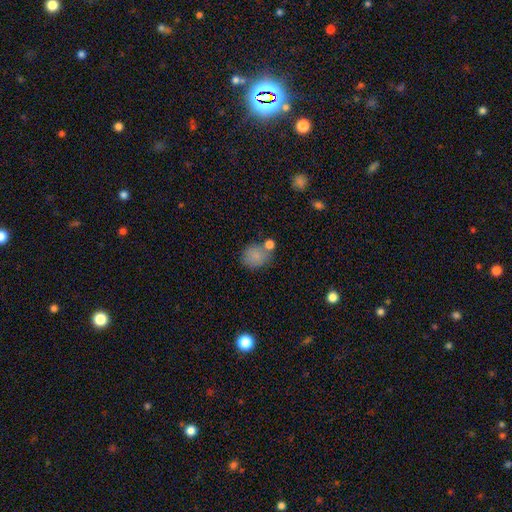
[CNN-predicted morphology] smooth 82%, star or artifact 10%, featured or disk 8%. Down the decision tree: how rounded — round (66%); merging — none (59%).